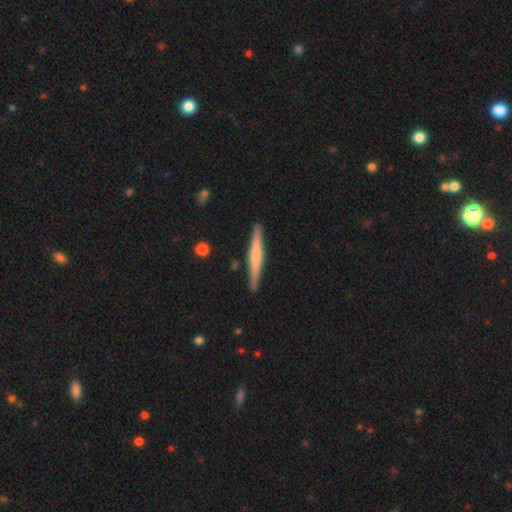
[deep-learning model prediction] A featured or disk galaxy (50%) viewed edge-on (97%). Merging: none (90%).